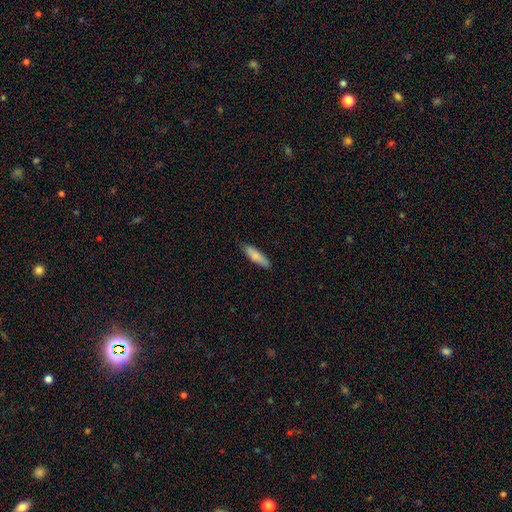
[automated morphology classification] Smooth or featured?
  - smooth: 83% *
  - featured or disk: 11%
  - star or artifact: 5%
How rounded?
  - cigar-shaped: 62% *
  - in between: 36%
  - round: 2%
Merging?
  - none: 84% *
  - minor disturbance: 13%
  - major disturbance: 2%
  - merger: 1%